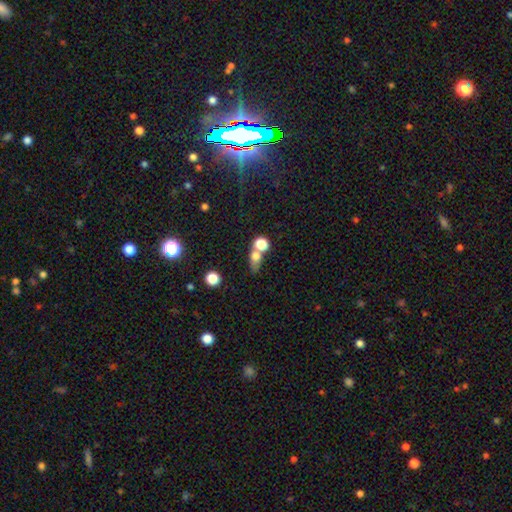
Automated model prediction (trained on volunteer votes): Q: Smooth or featured?
A: smooth (71%); runner-up: featured or disk (16%)
Q: How rounded?
A: in between (50%); runner-up: round (44%)
Q: Merging?
A: merger (48%); runner-up: none (36%)